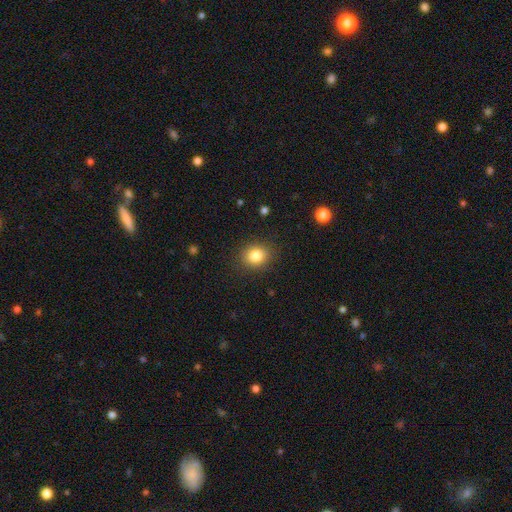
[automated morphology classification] Smooth or featured? Predicted: smooth (p=0.84). How rounded? Predicted: round (p=0.71). Merging? Predicted: none (p=0.88).